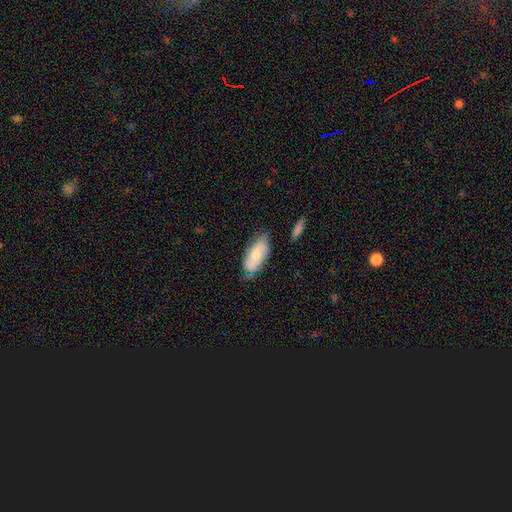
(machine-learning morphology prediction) smooth-or-featured: smooth: 63% | featured or disk: 31% | star or artifact: 6%
  how-rounded: in between: 86% | cigar-shaped: 11% | round: 2%
  merging: none: 64% | minor disturbance: 27% | major disturbance: 6% | merger: 4%